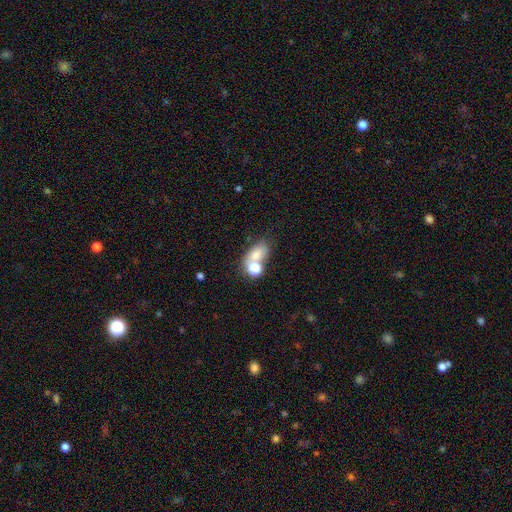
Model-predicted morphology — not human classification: A smooth galaxy with no disk features (70%) that is in between round and cigar-shaped (75%). Merging: merger (40%).